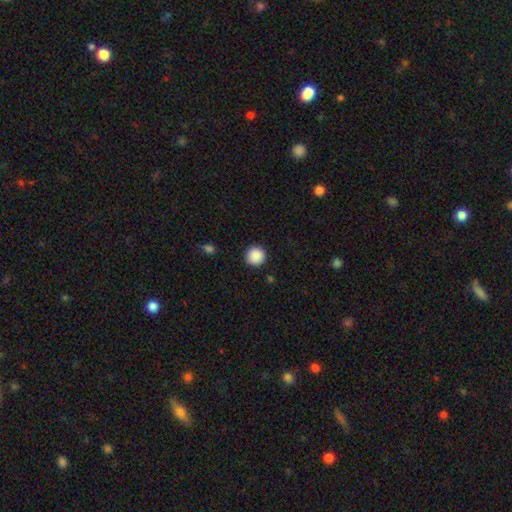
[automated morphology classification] Smooth or featured: smooth — 89% (star or artifact — 9%)
How rounded: round — 95% (in between — 4%)
Merging: none — 91% (minor disturbance — 6%)